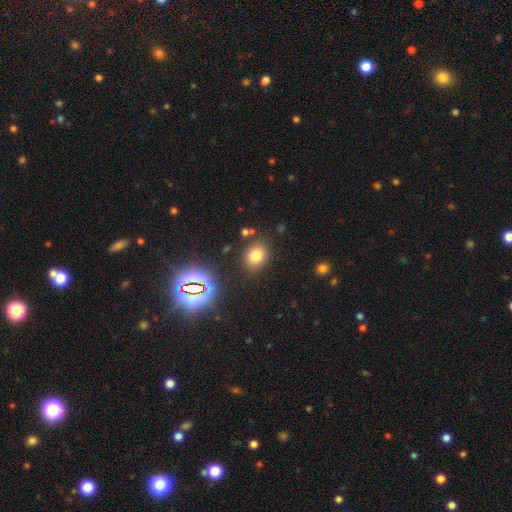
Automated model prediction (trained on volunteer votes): smooth-or-featured: smooth: 76% | star or artifact: 17% | featured or disk: 8%
  how-rounded: round: 59% | in between: 40% | cigar-shaped: 1%
  merging: none: 82% | minor disturbance: 10% | merger: 5% | major disturbance: 3%